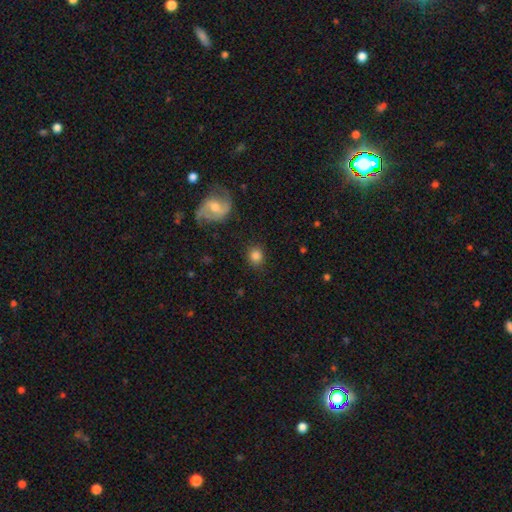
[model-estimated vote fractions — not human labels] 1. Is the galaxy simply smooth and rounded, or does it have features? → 83% smooth, 10% star or artifact, 8% featured or disk.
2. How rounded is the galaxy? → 75% round, 24% in between, 1% cigar-shaped.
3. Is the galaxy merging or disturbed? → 84% none, 10% minor disturbance, 4% major disturbance, 2% merger.